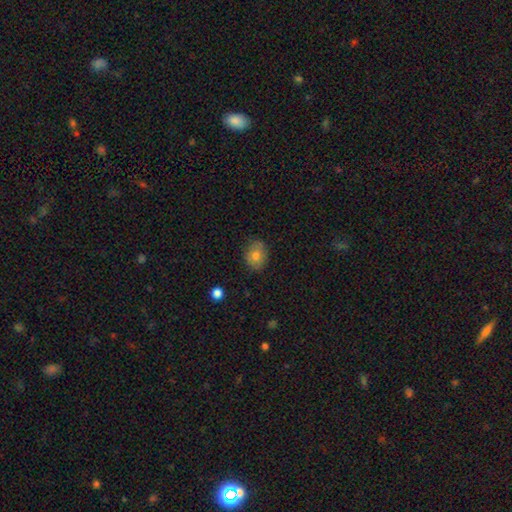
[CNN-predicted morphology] This is likely a smooth galaxy (77%). How rounded: possibly round (52%). Merging: clearly none (81%).